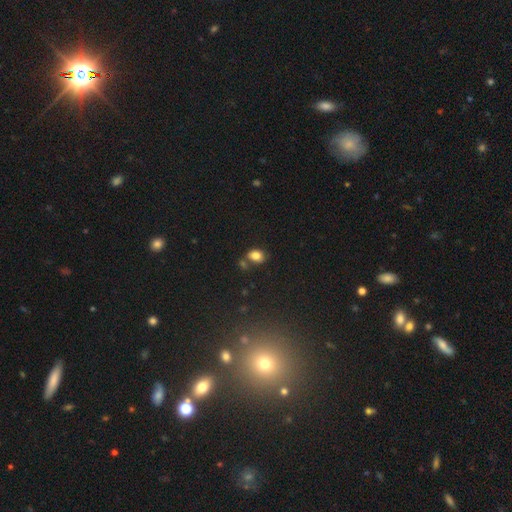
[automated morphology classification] Overall: smooth (82%). How rounded: in between (66%; round 33%). Merging: none (60%).